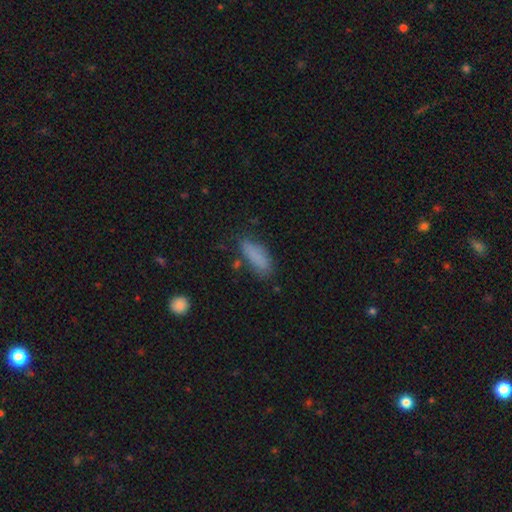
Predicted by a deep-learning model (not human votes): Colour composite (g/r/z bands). It shows a smooth galaxy with no disk features (84%) that is in between round and cigar-shaped (56%). Merging: none (72%).